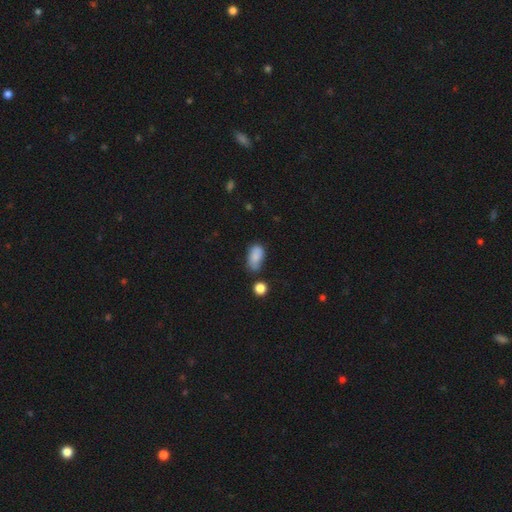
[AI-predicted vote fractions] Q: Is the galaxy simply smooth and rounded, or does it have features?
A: smooth — 81%.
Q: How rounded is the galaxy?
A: in between — 90%.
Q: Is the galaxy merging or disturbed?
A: none — 50%.